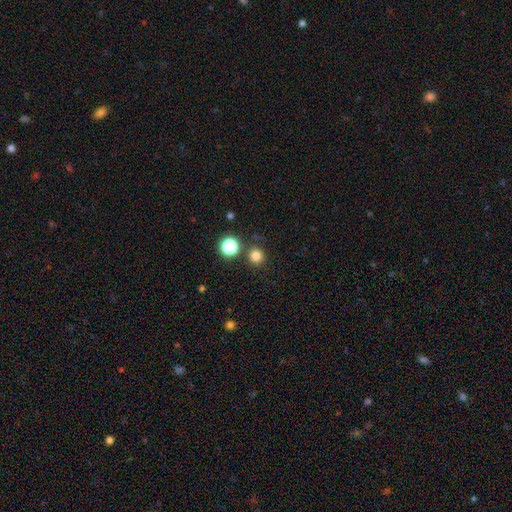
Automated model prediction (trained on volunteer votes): Morphology: type=smooth (79%); roundness=round (93%); merging=none (86%).